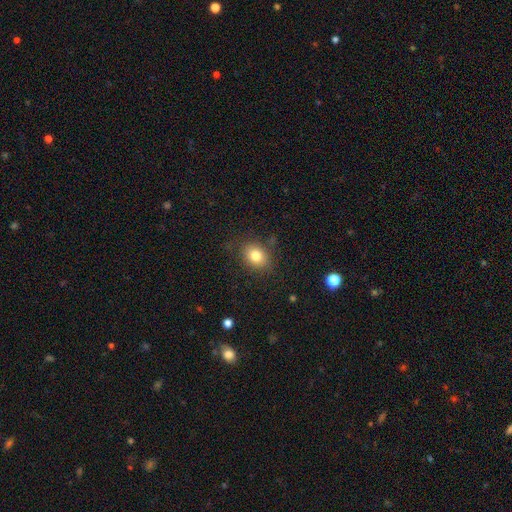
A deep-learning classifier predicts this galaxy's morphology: Overall: smooth (80%). How rounded: in between (50%; round 49%). Merging: none (80%).